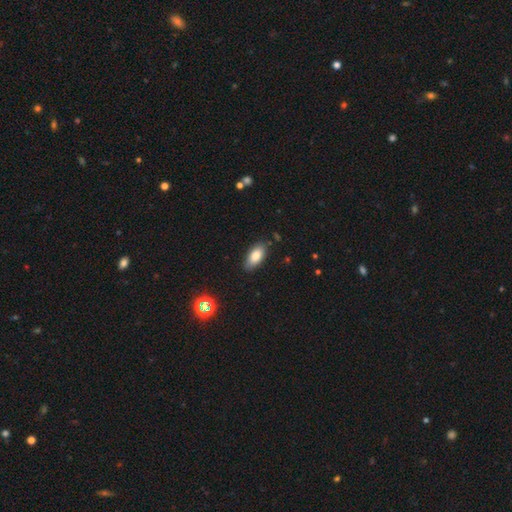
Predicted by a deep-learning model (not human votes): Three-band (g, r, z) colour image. It shows a smooth galaxy with no disk features (82%) that is in between round and cigar-shaped (90%). Merging: none (84%).